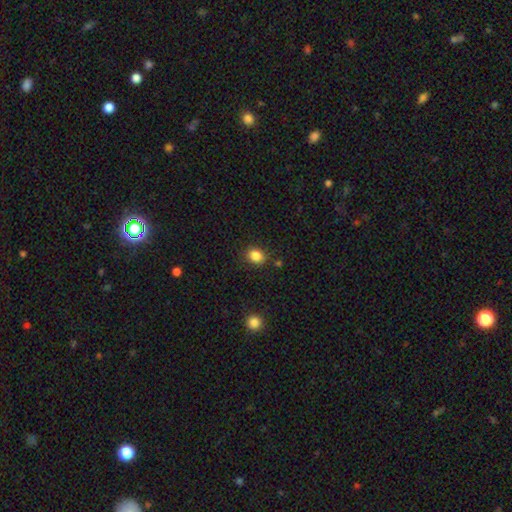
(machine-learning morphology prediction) A smooth galaxy with no disk features (85%) that is round (60%).

Vote fractions:
- Smooth or featured? smooth: 85% / star or artifact: 11% / featured or disk: 4%
- How rounded? round: 60% / in between: 39% / cigar-shaped: 1%
- Merging? none: 83% / minor disturbance: 12% / major disturbance: 3% / merger: 3%